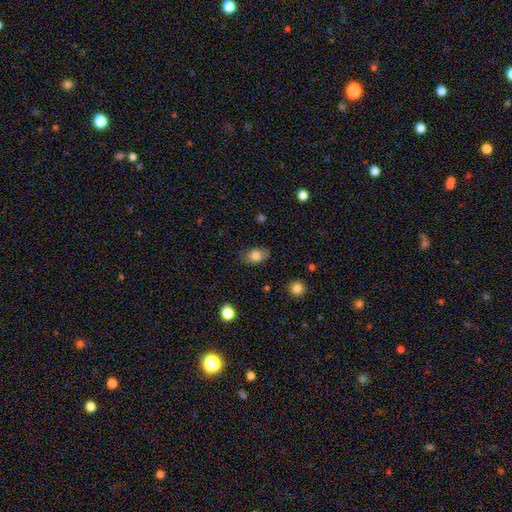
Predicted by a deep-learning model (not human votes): Q: Smooth or featured?
A: smooth (80%); runner-up: featured or disk (11%)
Q: How rounded?
A: in between (82%); runner-up: round (17%)
Q: Merging?
A: none (77%); runner-up: minor disturbance (18%)